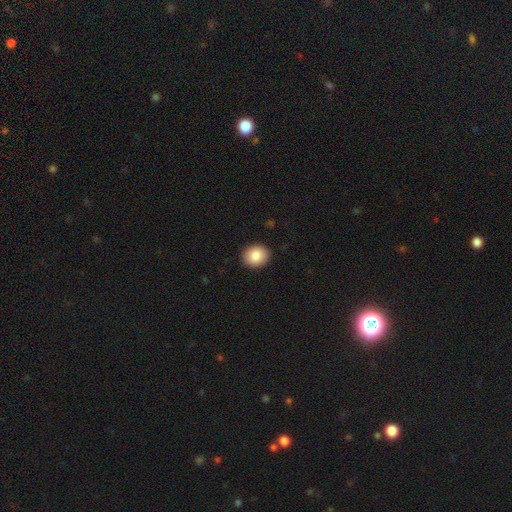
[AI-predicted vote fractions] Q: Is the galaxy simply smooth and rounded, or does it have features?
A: smooth — 87%.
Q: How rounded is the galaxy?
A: round — 68%.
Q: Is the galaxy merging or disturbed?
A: none — 91%.